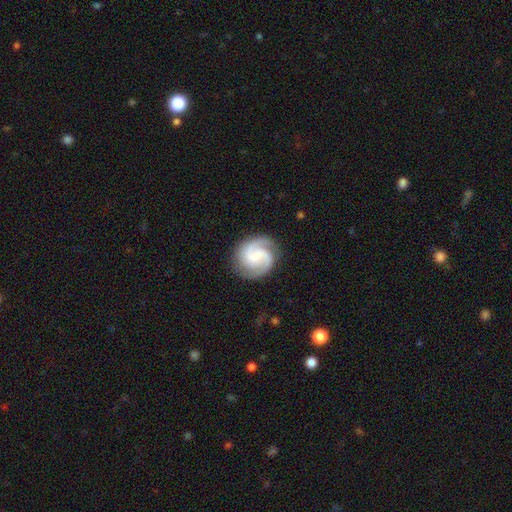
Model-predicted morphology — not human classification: Q: Smooth or featured?
A: featured or disk (86%); runner-up: smooth (9%)
Q: Edge-on disk?
A: no (98%); runner-up: yes (2%)
Q: Bar?
A: weak (48%); runner-up: no (38%)
Q: Spiral arms?
A: yes (98%); runner-up: no (2%)
Q: Spiral winding?
A: medium (52%); runner-up: tight (36%)
Q: Spiral arm count?
A: 2 (77%); runner-up: 3 (12%)
Q: Bulge size?
A: small (50%); runner-up: moderate (24%)
Q: Merging?
A: none (82%); runner-up: minor disturbance (12%)